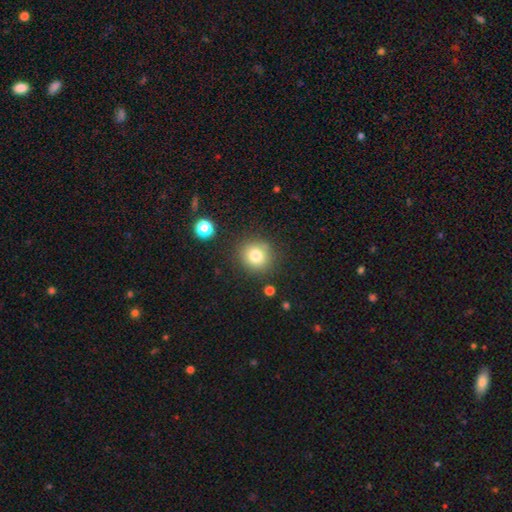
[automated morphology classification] This is likely a smooth galaxy (79%). How rounded: clearly round (88%). Merging: clearly none (84%).